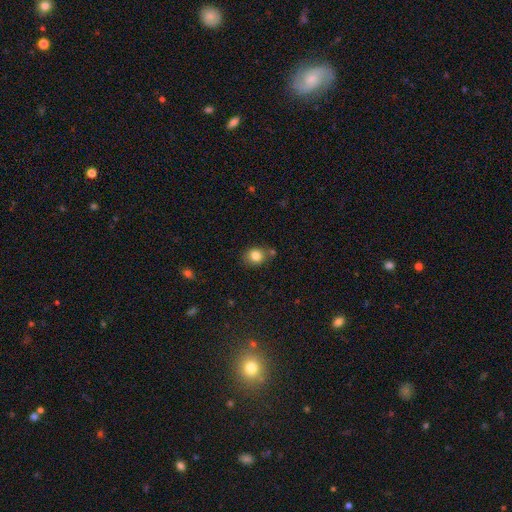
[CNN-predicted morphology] A smooth galaxy with no disk features (82%) that is round (63%). Merging: none (72%).